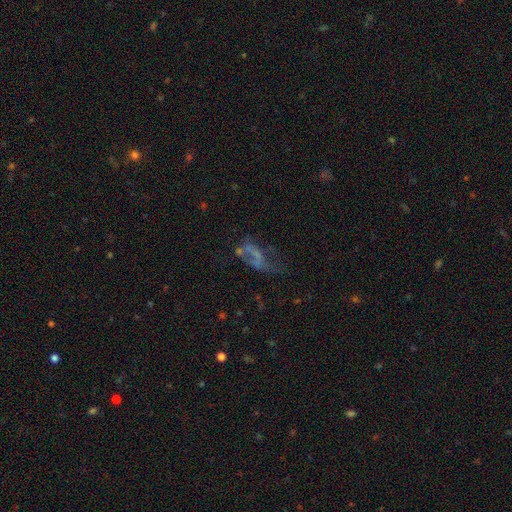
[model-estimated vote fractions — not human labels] The model was most divided on "merging": major disturbance: 41%, none: 31%, minor disturbance: 17%, merger: 11%. Remaining: smooth or featured — featured or disk (50%).